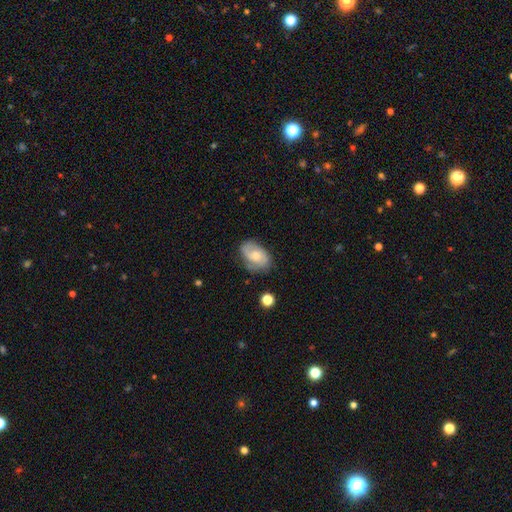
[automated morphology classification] Q: Smooth or featured?
A: featured or disk (53%); runner-up: smooth (39%)
Q: Edge-on disk?
A: no (96%); runner-up: yes (4%)
Q: Bar?
A: no (69%); runner-up: weak (27%)
Q: Spiral arms?
A: yes (85%); runner-up: no (15%)
Q: Bulge size?
A: moderate (52%); runner-up: small (36%)
Q: Merging?
A: none (68%); runner-up: minor disturbance (23%)